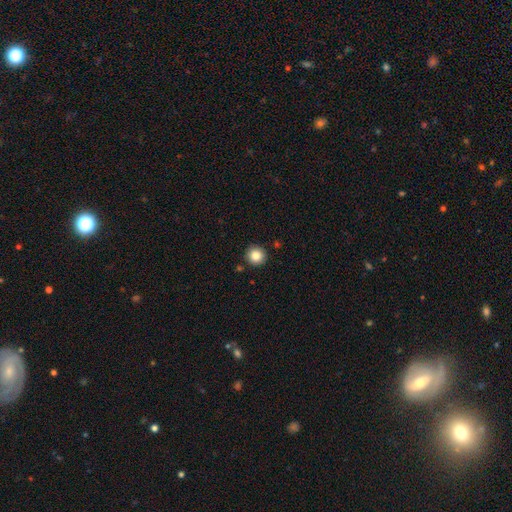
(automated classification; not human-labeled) Overall: smooth (85%). How rounded: round (94%). Merging: none (90%).